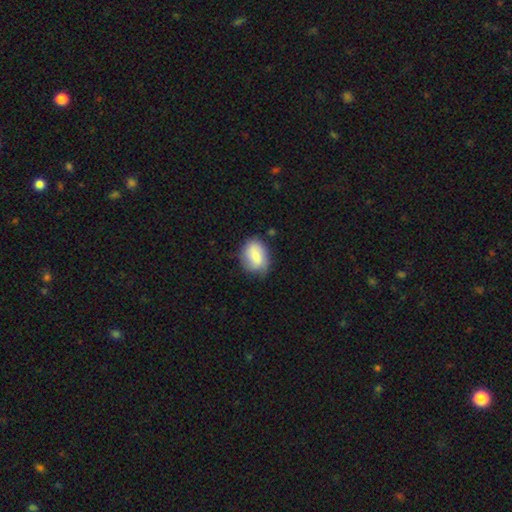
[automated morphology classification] smooth-or-featured: smooth: 73% | featured or disk: 20% | star or artifact: 7%
  how-rounded: in between: 67% | round: 32% | cigar-shaped: 1%
  merging: none: 67% | minor disturbance: 25% | major disturbance: 5% | merger: 2%